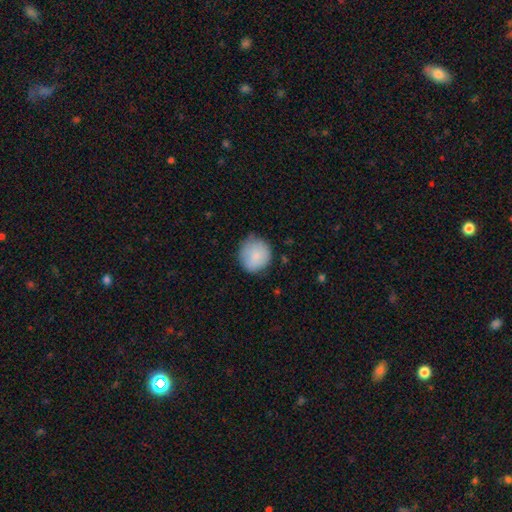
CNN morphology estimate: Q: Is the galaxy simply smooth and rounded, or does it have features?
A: smooth — 85%.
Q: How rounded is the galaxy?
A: round — 90%.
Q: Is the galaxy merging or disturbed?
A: none — 75%.